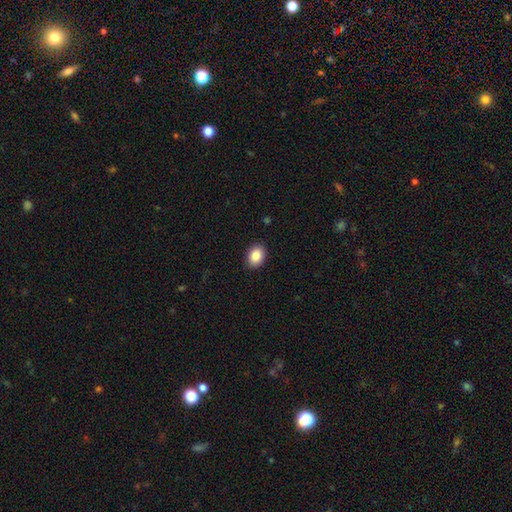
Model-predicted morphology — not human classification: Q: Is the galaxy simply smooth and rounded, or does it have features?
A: smooth — 87%.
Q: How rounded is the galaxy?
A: in between — 73%.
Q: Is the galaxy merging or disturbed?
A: none — 89%.